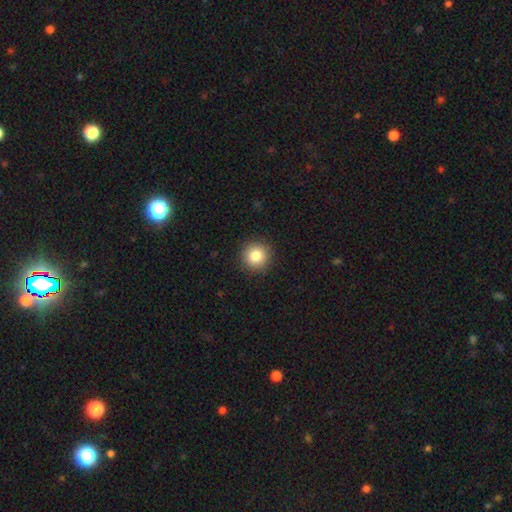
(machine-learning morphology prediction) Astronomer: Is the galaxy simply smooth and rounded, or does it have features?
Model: smooth — 84%.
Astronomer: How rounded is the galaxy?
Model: round — 95%.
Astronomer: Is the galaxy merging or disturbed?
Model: none — 91%.